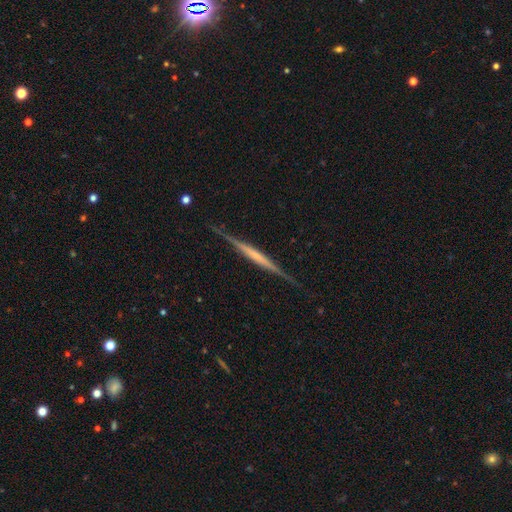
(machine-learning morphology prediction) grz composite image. It shows a featured or disk galaxy (73%) viewed edge-on (97%) with no central bulge (62%). Merging: none (86%).